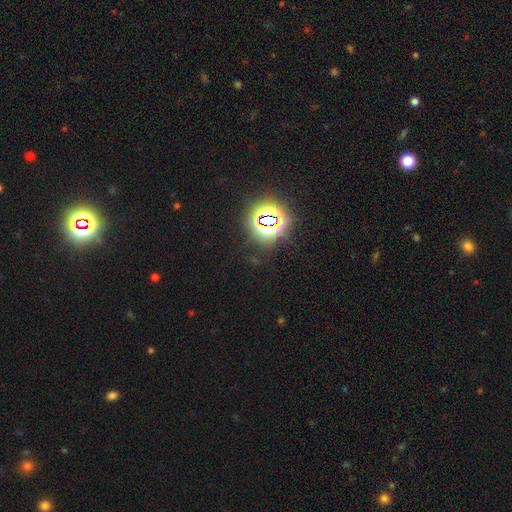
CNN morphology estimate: Smooth or featured: star or artifact — 81% (smooth — 12%)